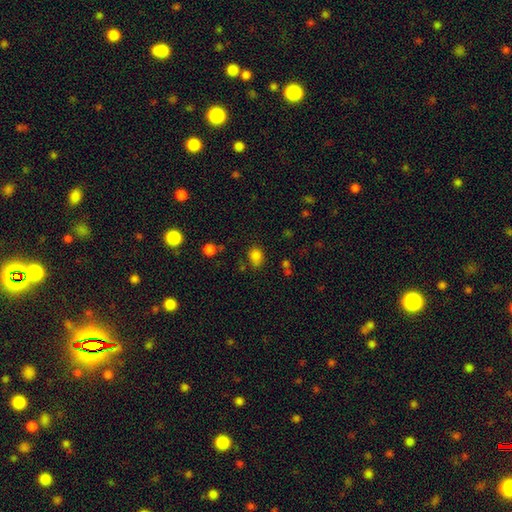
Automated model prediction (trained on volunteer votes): This is likely a smooth galaxy (80%). How rounded: possibly in between (51%). Merging: likely none (64%).